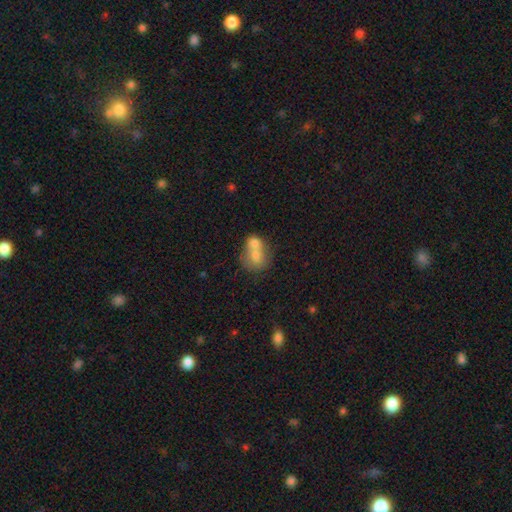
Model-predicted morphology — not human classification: Smooth or featured? smooth (69%)
How rounded? round (55%)
Merging? merger (69%)